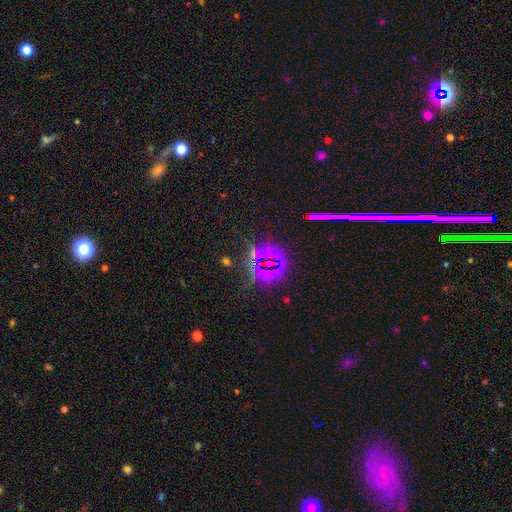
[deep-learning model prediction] Overall: star or artifact (78%).